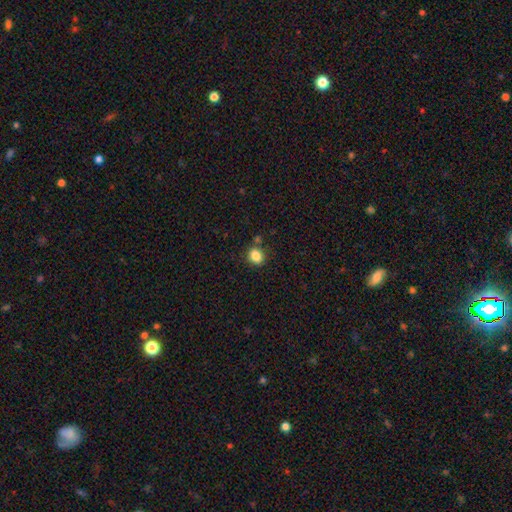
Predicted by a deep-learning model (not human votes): smooth_or_featured: smooth (p=0.85) [alt: star or artifact p=0.10]
how_rounded: round (p=0.56) [alt: in between p=0.44]
merging: none (p=0.78) [alt: minor disturbance p=0.12]